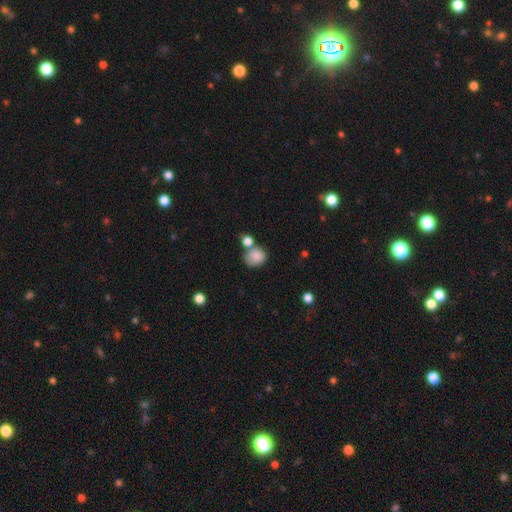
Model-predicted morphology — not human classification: Smooth or featured? Predicted: smooth (p=0.84). How rounded? Predicted: round (p=0.66). Merging? Predicted: none (p=0.49).